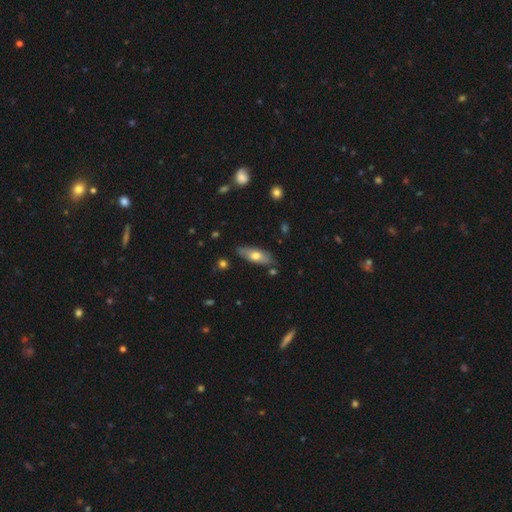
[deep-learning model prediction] Smooth or featured: smooth — 60% (featured or disk — 34%)
How rounded: in between — 68% (cigar-shaped — 29%)
Merging: none — 80% (minor disturbance — 14%)